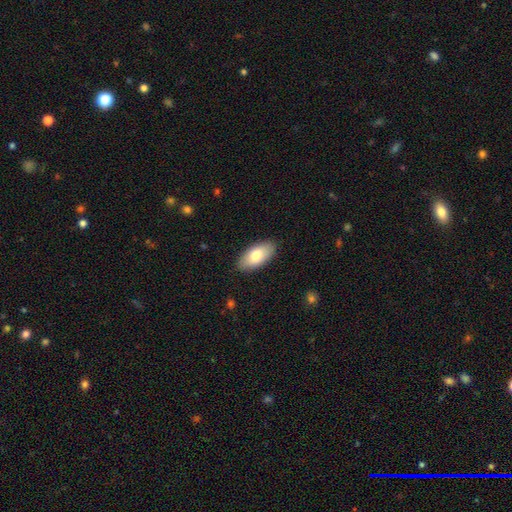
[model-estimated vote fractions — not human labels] smooth_or_featured: smooth (p=0.76) [alt: featured or disk p=0.18]
how_rounded: in between (p=0.93) [alt: cigar-shaped p=0.05]
merging: none (p=0.88) [alt: minor disturbance p=0.09]